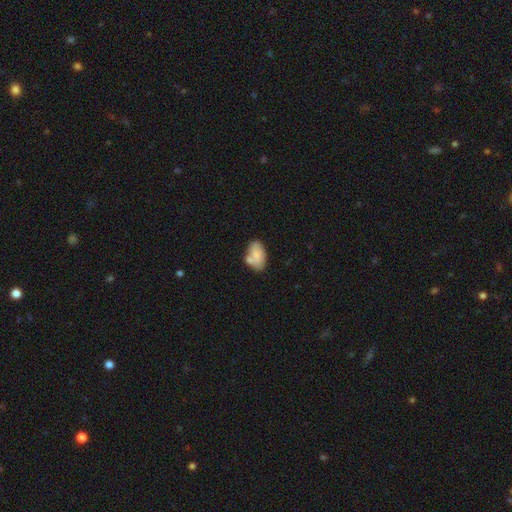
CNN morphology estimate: Q: Smooth or featured?
A: smooth (74%); runner-up: featured or disk (19%)
Q: How rounded?
A: in between (91%); runner-up: round (7%)
Q: Merging?
A: none (46%); runner-up: merger (26%)